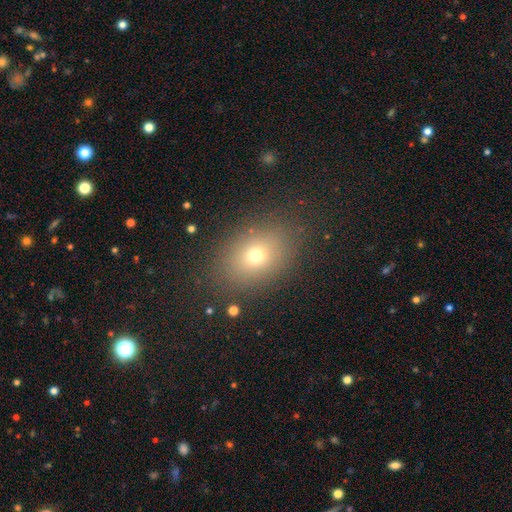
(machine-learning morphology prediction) The model was most divided on "how rounded": in between: 71%, round: 28%, cigar-shaped: 1%. More confident: merging — none (84%); smooth or featured — smooth (69%).